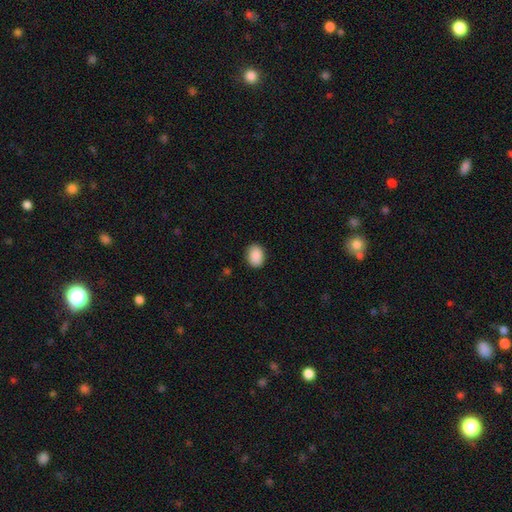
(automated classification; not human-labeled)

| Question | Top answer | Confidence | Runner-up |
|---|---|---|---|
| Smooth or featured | smooth | 90% | star or artifact (7%) |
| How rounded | in between | 65% | round (34%) |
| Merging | none | 86% | minor disturbance (10%) |